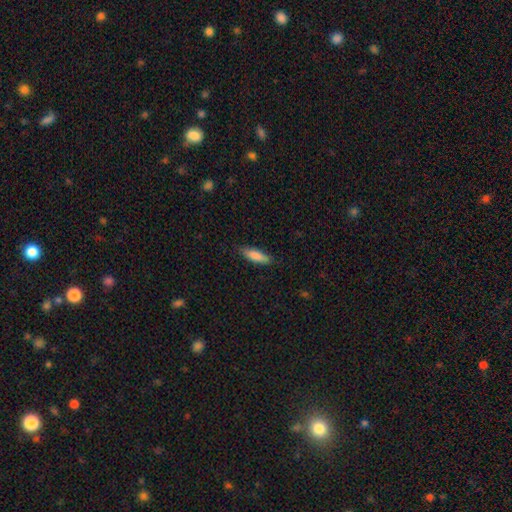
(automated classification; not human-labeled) smooth 84%, featured or disk 10%, star or artifact 6%. Down the decision tree: how rounded — cigar-shaped (58%); merging — none (84%).